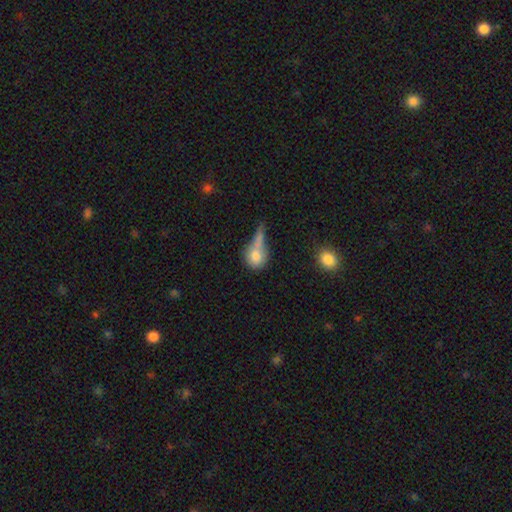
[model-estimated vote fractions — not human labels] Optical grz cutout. It shows a smooth galaxy with no disk features (74%) that is round (71%). Merging: merger (39%).